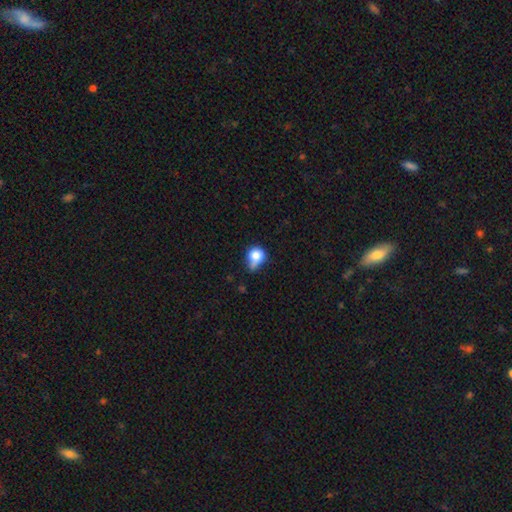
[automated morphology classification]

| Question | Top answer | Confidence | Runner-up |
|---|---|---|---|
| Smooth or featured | smooth | 79% | featured or disk (11%) |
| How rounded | round | 70% | in between (28%) |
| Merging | minor disturbance | 37% | none (32%) |